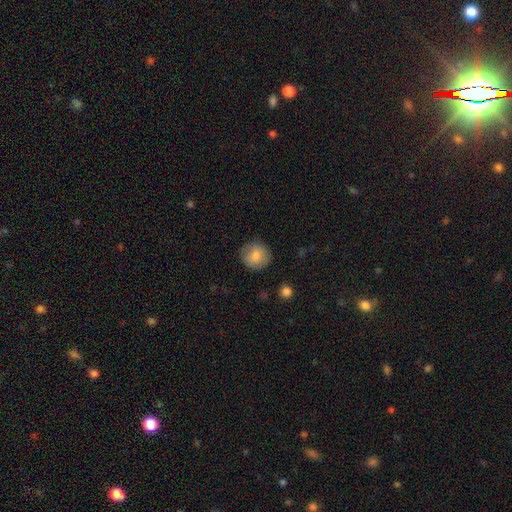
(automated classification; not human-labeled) Smooth or featured: smooth — 83% (featured or disk — 9%)
How rounded: round — 91% (in between — 8%)
Merging: none — 87% (minor disturbance — 10%)